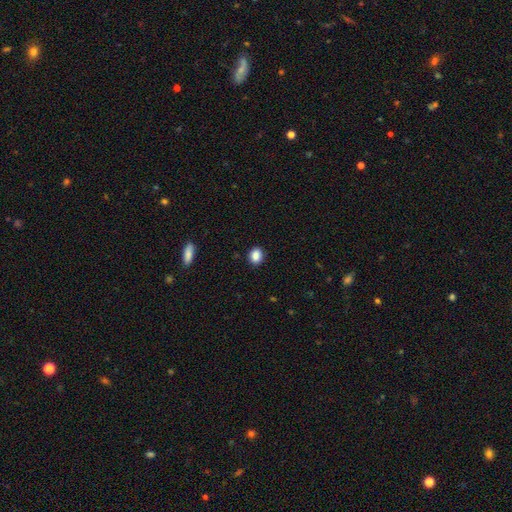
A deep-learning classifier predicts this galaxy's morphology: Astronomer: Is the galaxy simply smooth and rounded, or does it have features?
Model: smooth — 87%.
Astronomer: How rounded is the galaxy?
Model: round — 51% (runner-up: in between, 48%).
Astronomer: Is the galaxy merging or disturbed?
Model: none — 89%.